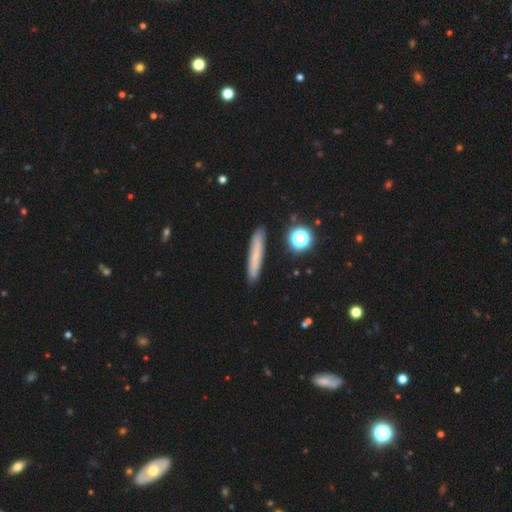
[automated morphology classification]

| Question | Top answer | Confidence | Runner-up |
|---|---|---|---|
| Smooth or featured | smooth | 66% | featured or disk (23%) |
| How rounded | cigar-shaped | 93% | in between (5%) |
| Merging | none | 88% | minor disturbance (8%) |